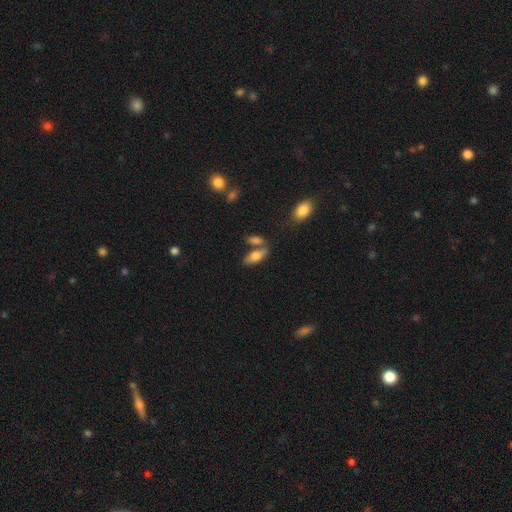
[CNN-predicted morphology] A smooth galaxy with no disk features (71%) that is in between round and cigar-shaped (77%). Merging: none (56%).